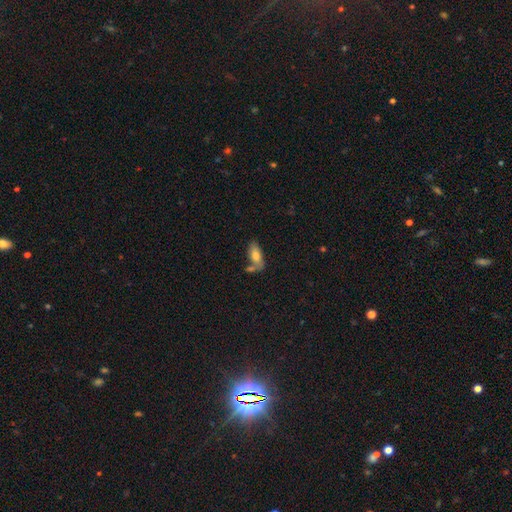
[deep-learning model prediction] Smooth or featured? Predicted: smooth (p=0.73). How rounded? Predicted: in between (p=0.83). Merging? Predicted: none (p=0.53).